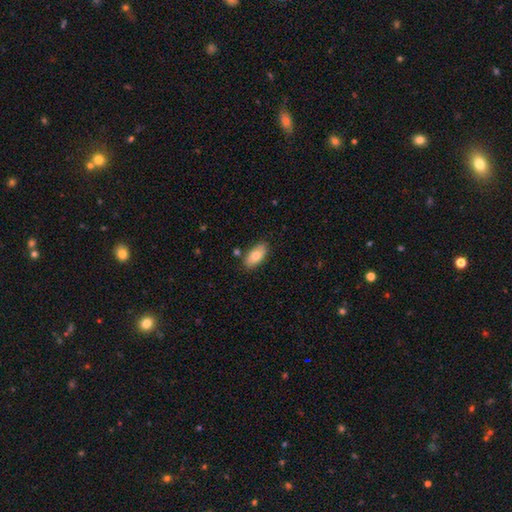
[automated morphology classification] Smooth or featured?
  - smooth: 76% *
  - featured or disk: 18%
  - star or artifact: 7%
How rounded?
  - in between: 90% *
  - cigar-shaped: 7%
  - round: 3%
Merging?
  - none: 84% *
  - minor disturbance: 11%
  - merger: 3%
  - major disturbance: 2%